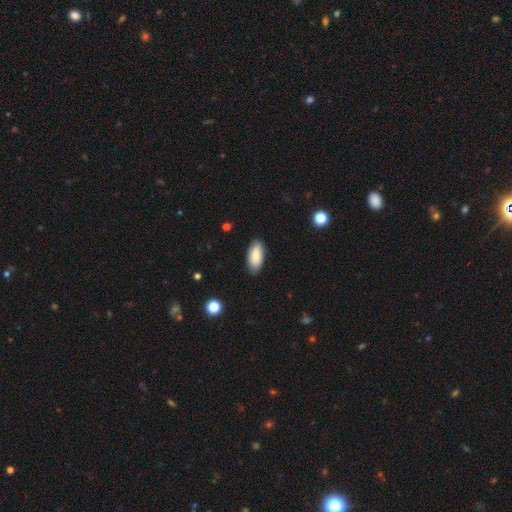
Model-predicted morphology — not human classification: Q: Smooth or featured?
A: smooth (83%); runner-up: featured or disk (11%)
Q: How rounded?
A: in between (91%); runner-up: cigar-shaped (7%)
Q: Merging?
A: none (84%); runner-up: minor disturbance (13%)